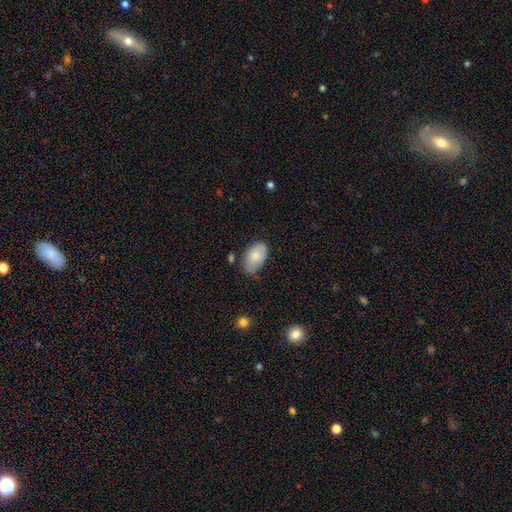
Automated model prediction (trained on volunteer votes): This is clearly a smooth galaxy (80%). How rounded: clearly in between (94%). Merging: likely none (65%).